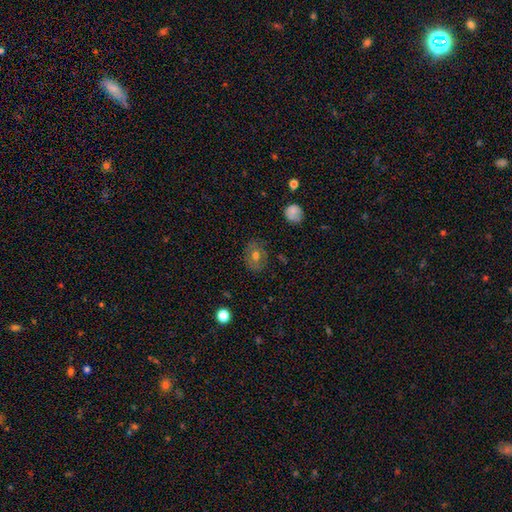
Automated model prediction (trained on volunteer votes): A smooth galaxy with no disk features (59%) that is round (51%).

Vote fractions:
- Smooth or featured? smooth: 59% / featured or disk: 30% / star or artifact: 11%
- How rounded? round: 51% / in between: 47% / cigar-shaped: 1%
- Merging? none: 80% / minor disturbance: 14% / major disturbance: 4% / merger: 1%